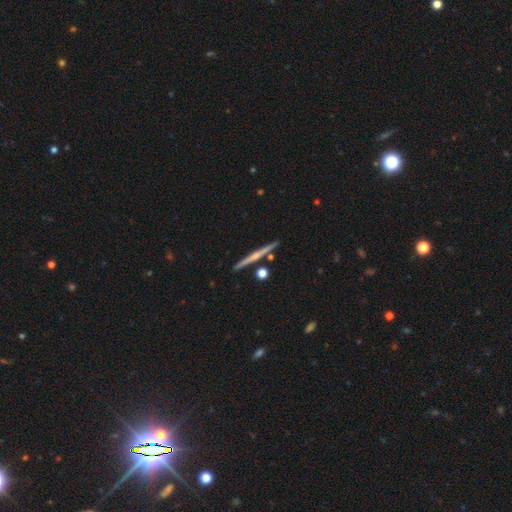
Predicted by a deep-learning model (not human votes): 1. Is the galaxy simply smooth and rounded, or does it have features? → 67% featured or disk, 27% smooth, 6% star or artifact.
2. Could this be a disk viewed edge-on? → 98% yes, 2% no.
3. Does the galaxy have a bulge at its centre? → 54% rounded, 39% none, 7% boxy.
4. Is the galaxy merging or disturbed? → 89% none, 6% minor disturbance, 4% merger, 1% major disturbance.